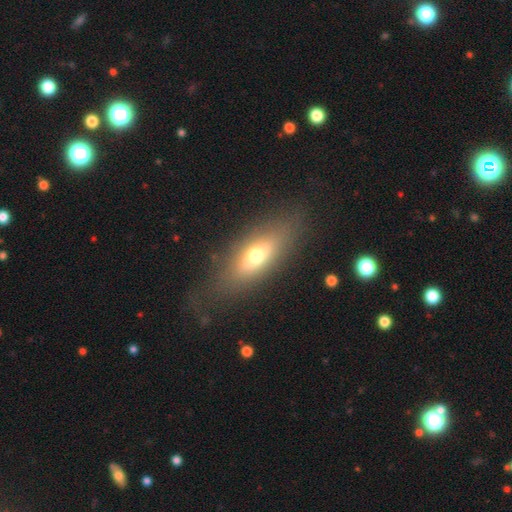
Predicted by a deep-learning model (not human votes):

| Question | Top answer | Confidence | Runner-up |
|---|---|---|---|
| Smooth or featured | smooth | 59% | featured or disk (32%) |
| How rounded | in between | 65% | cigar-shaped (31%) |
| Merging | none | 76% | minor disturbance (14%) |